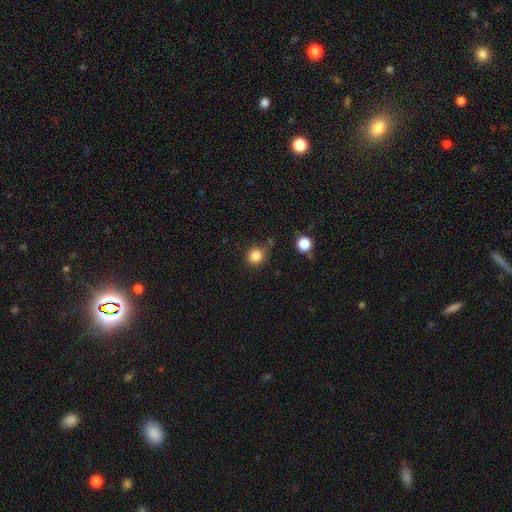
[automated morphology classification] Q: Smooth or featured?
A: smooth (84%); runner-up: star or artifact (12%)
Q: How rounded?
A: round (90%); runner-up: in between (9%)
Q: Merging?
A: none (80%); runner-up: minor disturbance (12%)